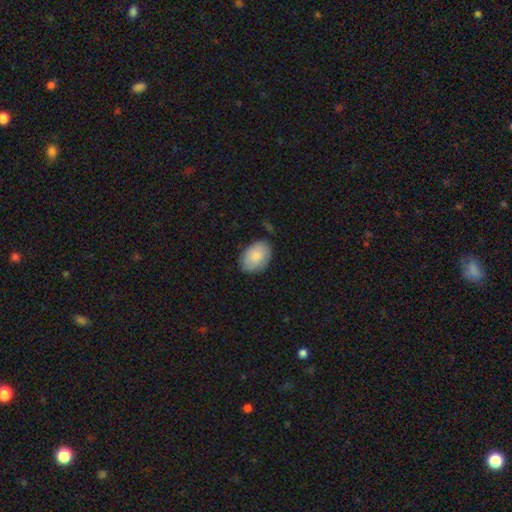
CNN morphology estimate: A smooth galaxy with no disk features (80%) that is in between round and cigar-shaped (86%).

Vote fractions:
- Smooth or featured? smooth: 80% / featured or disk: 14% / star or artifact: 6%
- How rounded? in between: 86% / round: 13% / cigar-shaped: 1%
- Merging? none: 77% / minor disturbance: 17% / major disturbance: 3% / merger: 2%